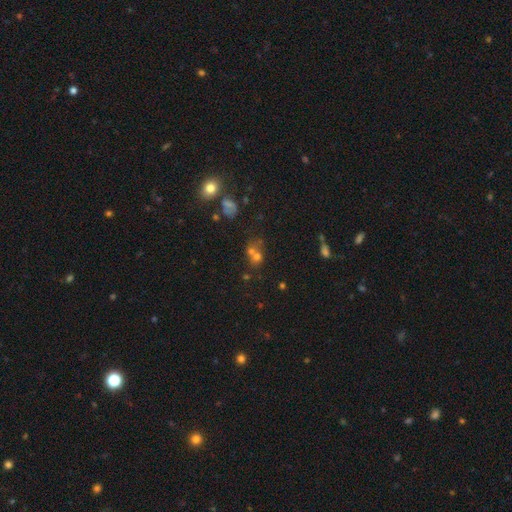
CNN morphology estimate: Smooth or featured? Predicted: smooth (p=0.53). How rounded? Predicted: round (p=0.74). Merging? Predicted: merger (p=0.48).